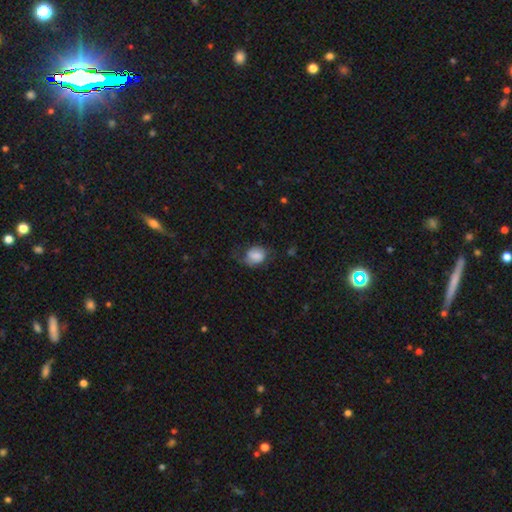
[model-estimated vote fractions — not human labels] Smooth or featured? Predicted: smooth (p=0.72). How rounded? Predicted: in between (p=0.50). Merging? Predicted: none (p=0.48).